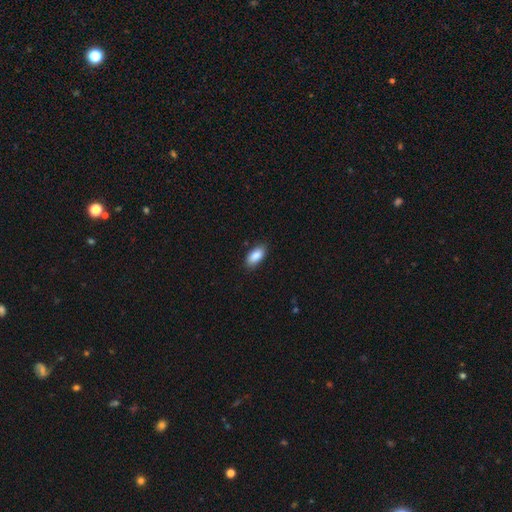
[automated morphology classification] This appears to be a smooth galaxy with no disk features (88%) that is in between round and cigar-shaped (91%). Merging: none (86%).